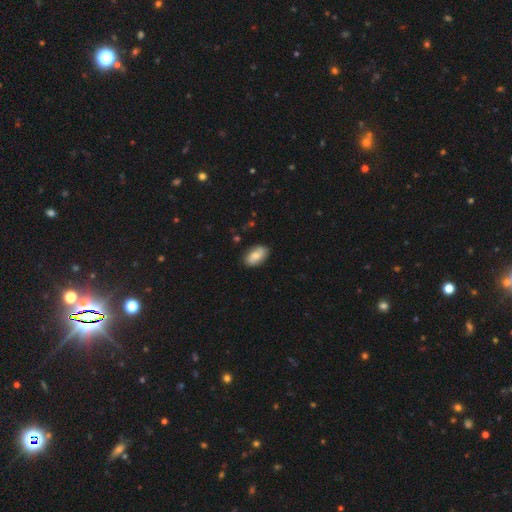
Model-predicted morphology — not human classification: smooth-or-featured: smooth: 76% | featured or disk: 18% | star or artifact: 7%
  how-rounded: in between: 93% | round: 5% | cigar-shaped: 2%
  merging: none: 82% | minor disturbance: 14% | major disturbance: 3% | merger: 1%